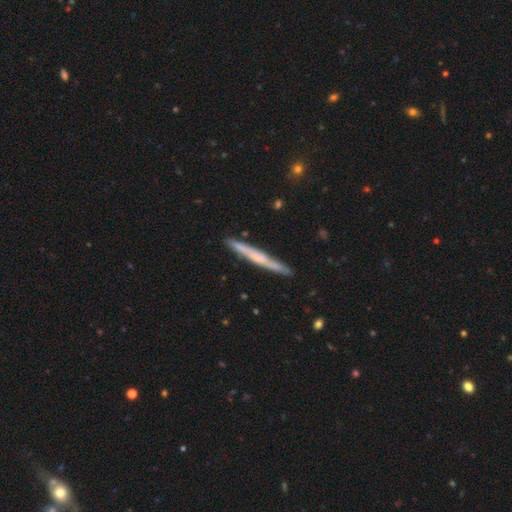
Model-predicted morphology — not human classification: Smooth or featured? Predicted: featured or disk (p=0.57). Edge-on disk? Predicted: yes (p=0.97). Edge-on bulge? Predicted: none (p=0.56). Merging? Predicted: none (p=0.89).